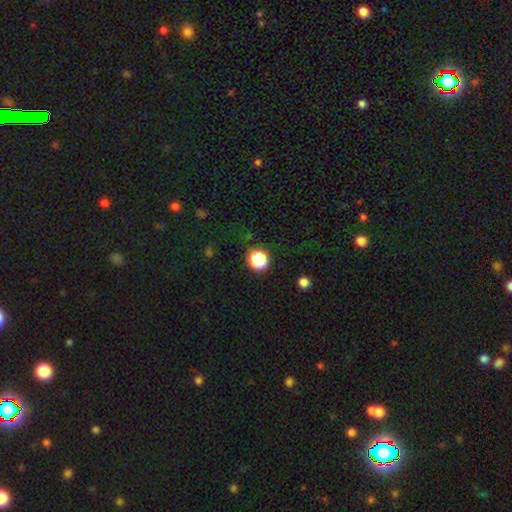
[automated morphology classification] Q: Smooth or featured?
A: star or artifact (65%); runner-up: smooth (26%)